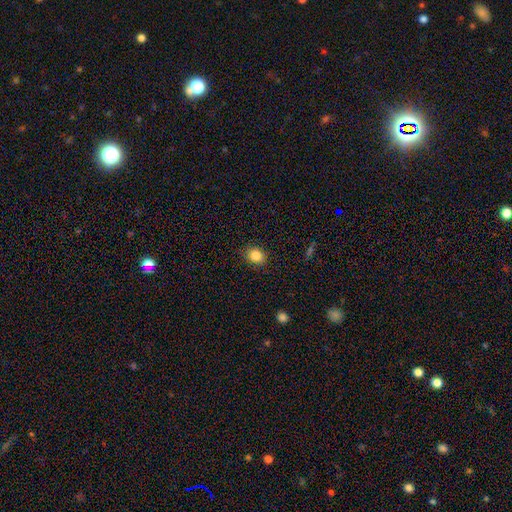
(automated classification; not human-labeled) This appears to be a smooth galaxy with no disk features (85%) that is round (57%). Merging: none (86%).